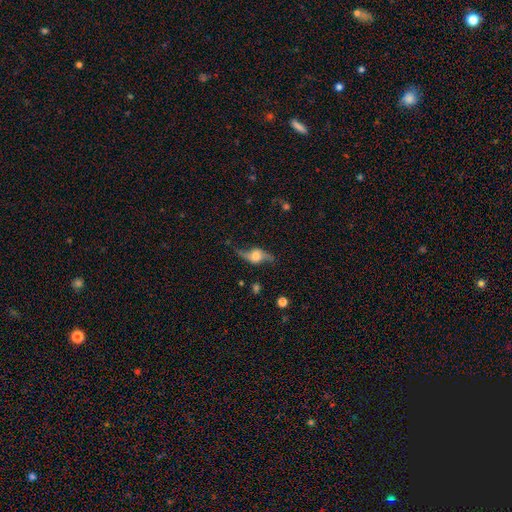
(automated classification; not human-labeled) smooth_or_featured: featured or disk (p=0.77) [alt: smooth p=0.16]
disk_edge_on: no (p=0.76) [alt: yes p=0.24]
bar: no (p=0.65) [alt: weak p=0.25]
has_spiral_arms: yes (p=0.91) [alt: no p=0.09]
spiral_winding: loose (p=0.88) [alt: medium p=0.09]
spiral_arm_count: 2 (p=0.92) [alt: 1 p=0.02]
bulge_size: moderate (p=0.49) [alt: large p=0.23]
merging: none (p=0.70) [alt: minor disturbance p=0.18]